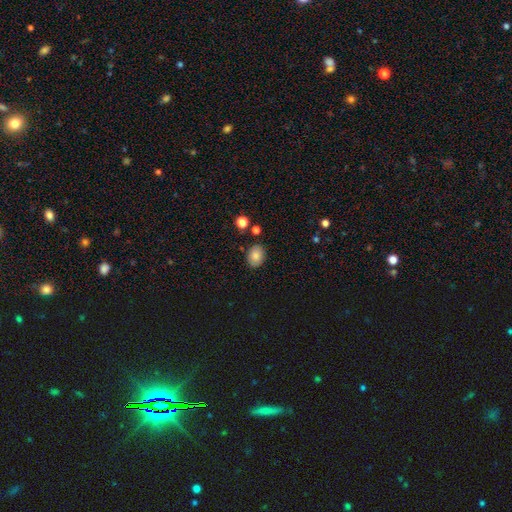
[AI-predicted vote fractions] smooth_or_featured: smooth (p=0.83) [alt: star or artifact p=0.09]
how_rounded: in between (p=0.73) [alt: round p=0.26]
merging: none (p=0.83) [alt: minor disturbance p=0.11]